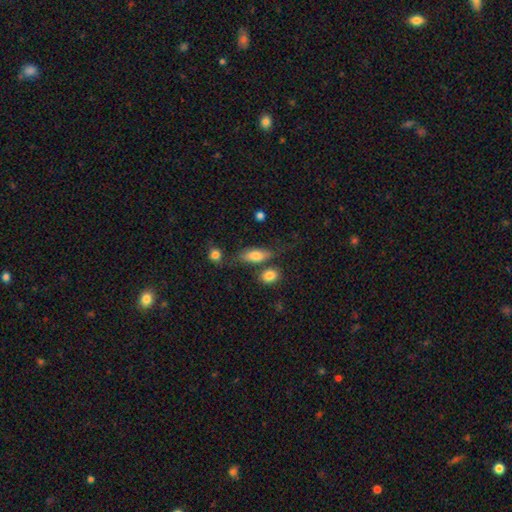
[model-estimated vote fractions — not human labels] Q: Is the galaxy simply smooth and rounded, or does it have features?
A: smooth — 77%.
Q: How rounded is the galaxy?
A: in between — 77%.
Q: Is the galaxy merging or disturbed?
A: none — 59%.